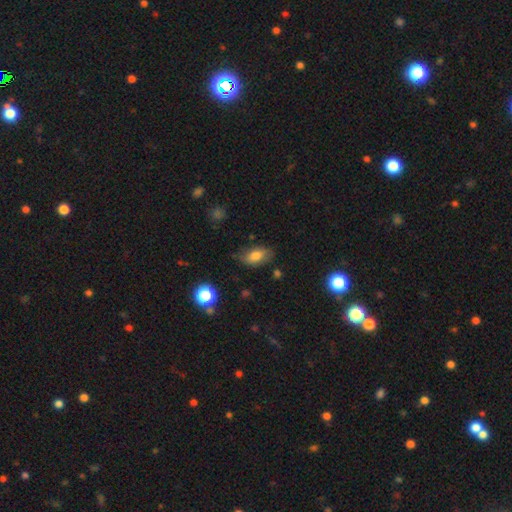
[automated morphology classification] A smooth galaxy with no disk features (73%) that is in between round and cigar-shaped (89%).

Vote fractions:
- Smooth or featured? smooth: 73% / featured or disk: 18% / star or artifact: 9%
- How rounded? in between: 89% / round: 7% / cigar-shaped: 3%
- Merging? none: 71% / minor disturbance: 22% / major disturbance: 5% / merger: 2%